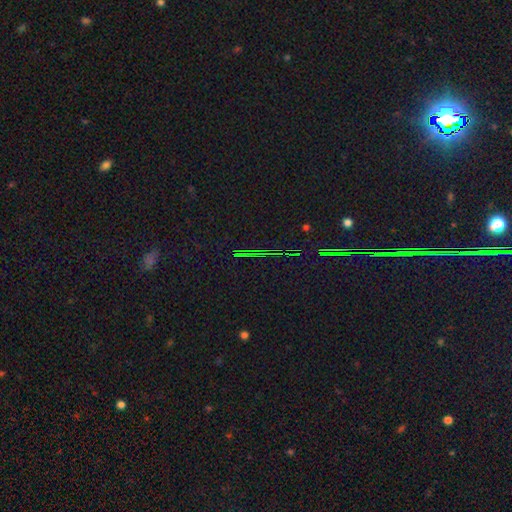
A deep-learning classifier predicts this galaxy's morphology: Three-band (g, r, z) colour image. It shows a star or artifact, not a galaxy (80%).